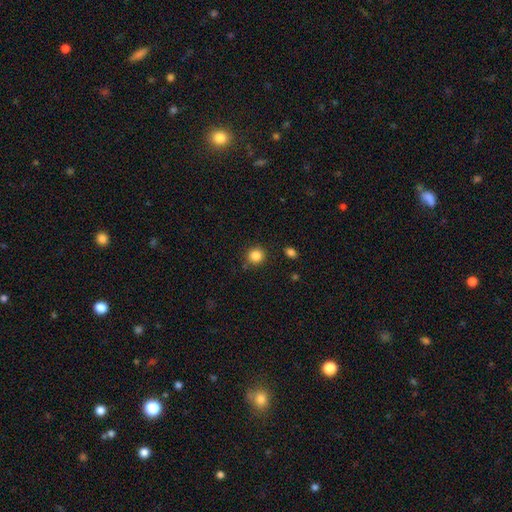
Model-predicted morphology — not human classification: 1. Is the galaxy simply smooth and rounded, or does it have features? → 85% smooth, 11% star or artifact, 4% featured or disk.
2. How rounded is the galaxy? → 91% round, 8% in between, 1% cigar-shaped.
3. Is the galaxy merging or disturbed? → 83% none, 10% minor disturbance, 3% merger, 3% major disturbance.